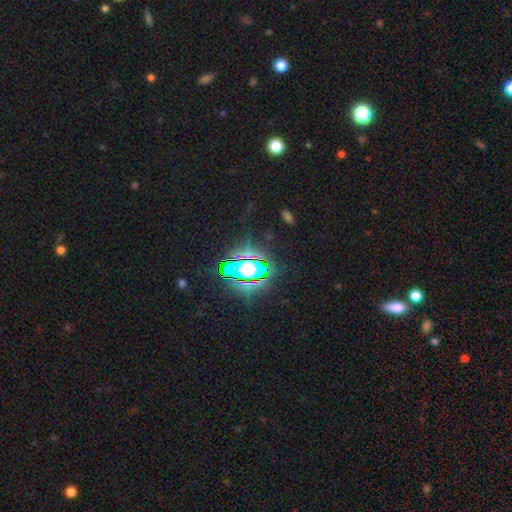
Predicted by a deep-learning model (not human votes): Smooth or featured: star or artifact — 69% (smooth — 18%)